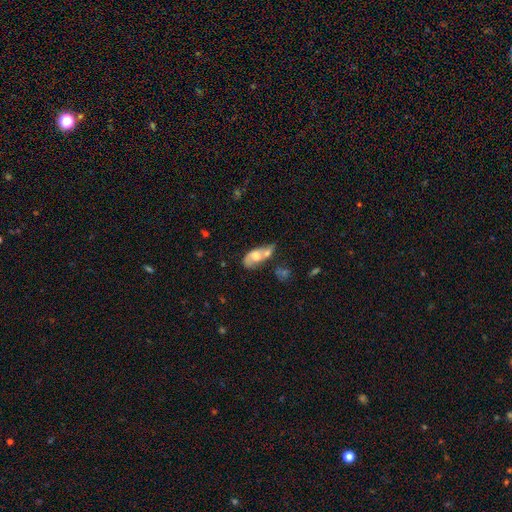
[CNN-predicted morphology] featured or disk 46%, smooth 45%, star or artifact 8%. Down the decision tree: merging — merger (53%).